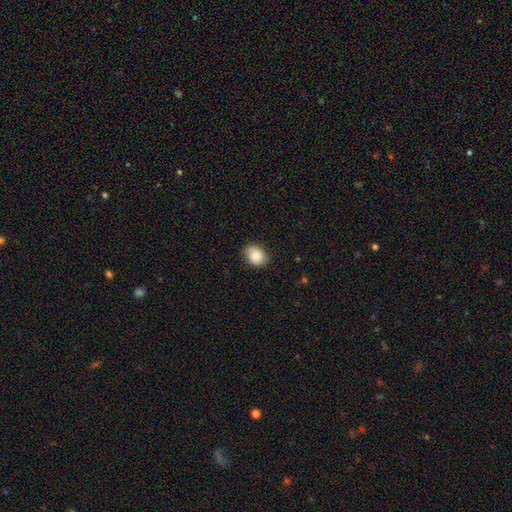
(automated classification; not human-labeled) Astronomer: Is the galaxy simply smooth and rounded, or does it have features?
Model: smooth — 79%.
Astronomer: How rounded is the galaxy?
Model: in between — 54% (runner-up: round, 45%).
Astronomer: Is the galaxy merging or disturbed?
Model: none — 77%.